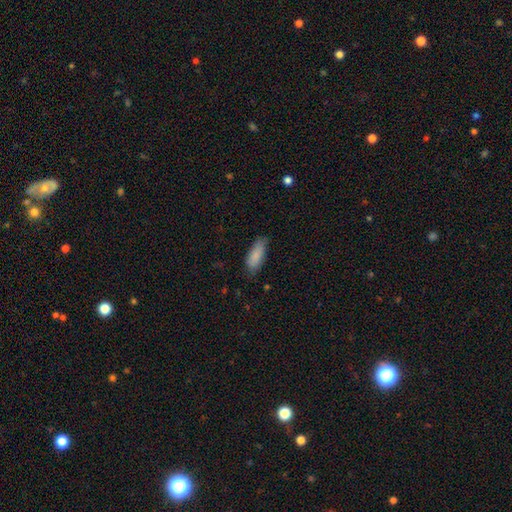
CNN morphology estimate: The model was most divided on "how rounded": in between: 72%, cigar-shaped: 26%, round: 2%. More confident: smooth or featured — smooth (87%); merging — none (73%).